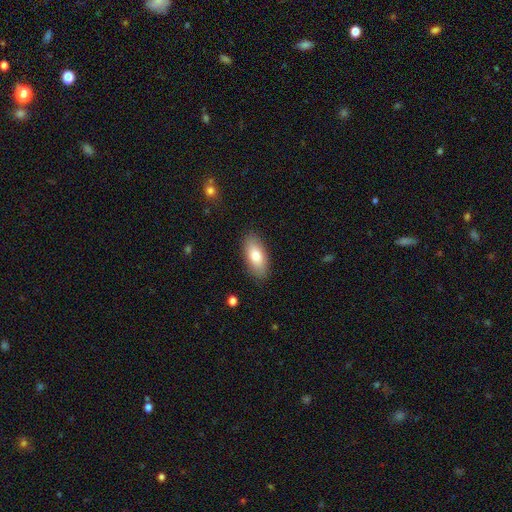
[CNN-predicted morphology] Smooth or featured? Predicted: smooth (p=0.78). How rounded? Predicted: in between (p=0.88). Merging? Predicted: none (p=0.88).